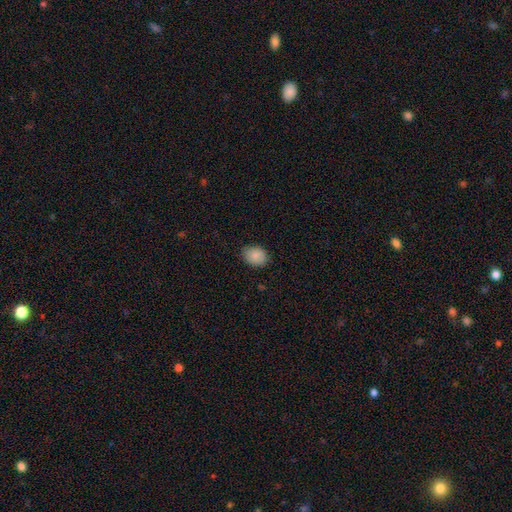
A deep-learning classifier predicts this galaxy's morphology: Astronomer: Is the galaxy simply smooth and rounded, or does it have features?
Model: smooth — 86%.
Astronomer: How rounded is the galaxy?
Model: in between — 55% (runner-up: round, 44%).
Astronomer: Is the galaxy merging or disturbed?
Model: none — 83%.